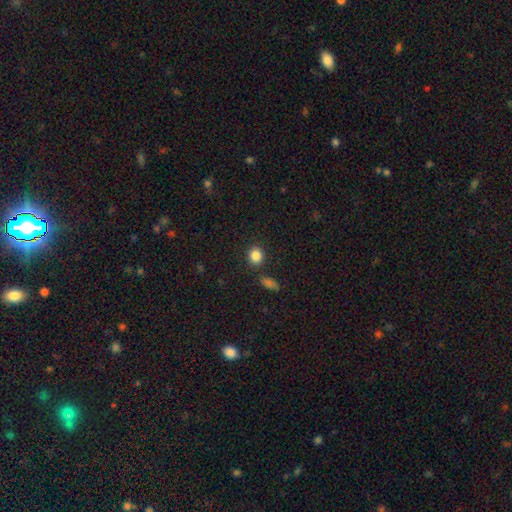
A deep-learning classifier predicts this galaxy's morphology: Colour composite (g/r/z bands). It shows a smooth galaxy with no disk features (86%) that is round (66%). Merging: none (82%).